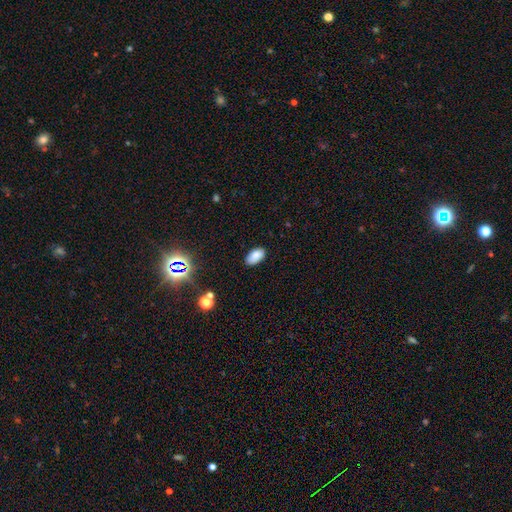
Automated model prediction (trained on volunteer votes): Smooth or featured? Predicted: smooth (p=0.85). How rounded? Predicted: in between (p=0.95). Merging? Predicted: none (p=0.86).